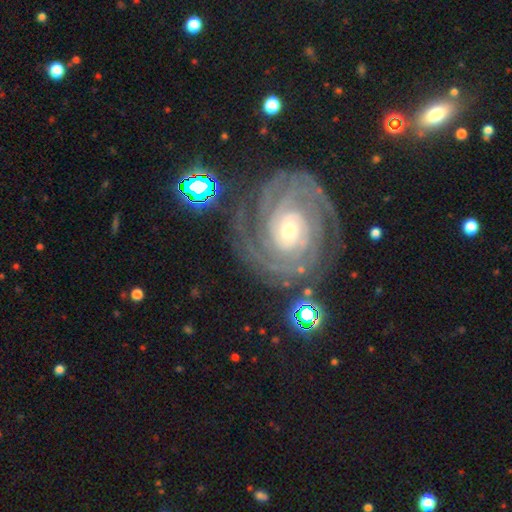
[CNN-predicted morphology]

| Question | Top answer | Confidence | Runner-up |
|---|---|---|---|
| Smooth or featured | featured or disk | 89% | star or artifact (7%) |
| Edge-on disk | no | 97% | yes (3%) |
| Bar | no | 66% | weak (23%) |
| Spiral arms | yes | 98% | no (2%) |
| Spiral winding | tight | 79% | medium (18%) |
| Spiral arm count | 2 | 44% | 3 (19%) |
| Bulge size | small | 53% | moderate (41%) |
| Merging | none | 78% | minor disturbance (14%) |